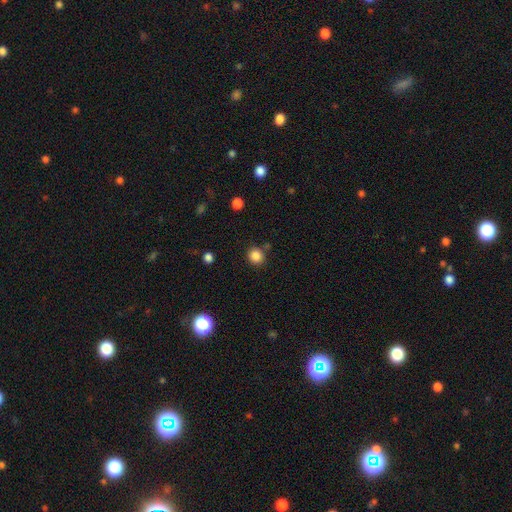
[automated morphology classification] The model was most divided on "smooth or featured": smooth: 85%, star or artifact: 11%, featured or disk: 3%. More confident: how rounded — round (88%); merging — none (83%).